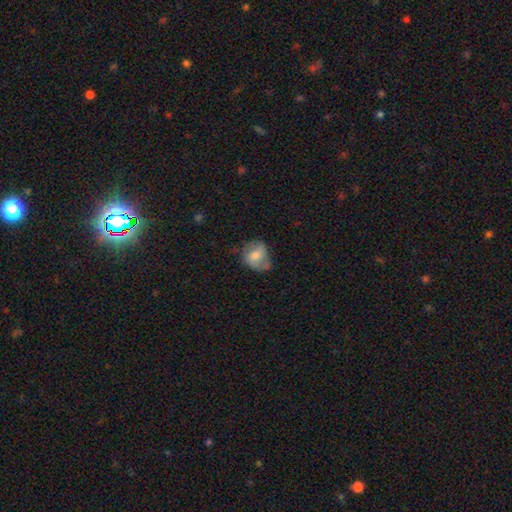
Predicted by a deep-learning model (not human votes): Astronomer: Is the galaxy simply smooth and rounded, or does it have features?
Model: smooth — 56% (runner-up: featured or disk, 36%).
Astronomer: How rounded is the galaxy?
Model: round — 50% (runner-up: in between, 48%).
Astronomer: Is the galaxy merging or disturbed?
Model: none — 48% (runner-up: minor disturbance, 33%).